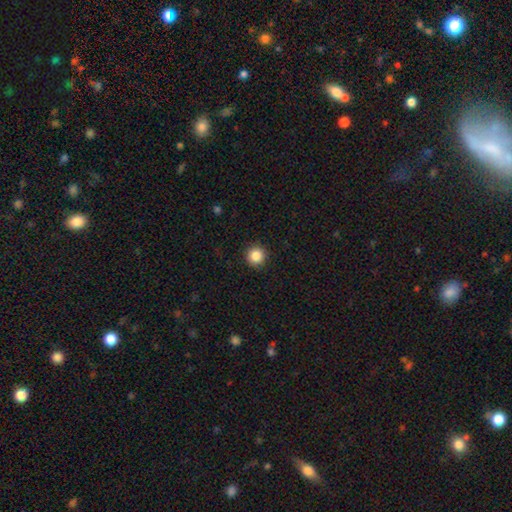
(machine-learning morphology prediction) smooth_or_featured: smooth (p=0.86) [alt: star or artifact p=0.10]
how_rounded: round (p=0.96) [alt: in between p=0.03]
merging: none (p=0.92) [alt: minor disturbance p=0.05]